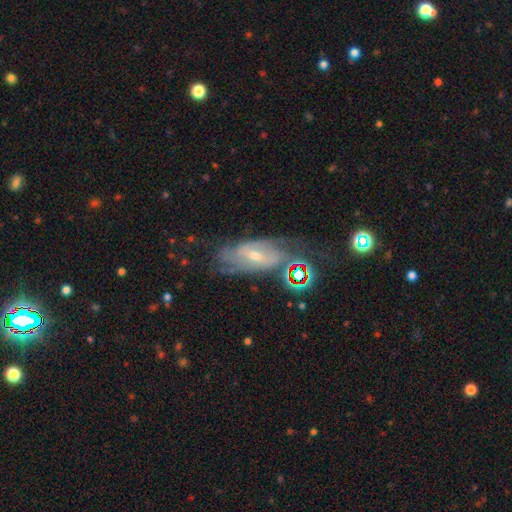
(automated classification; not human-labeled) A featured or disk galaxy (73%) with a weak bar (48%), tight (42%) spiral arms (86%) and a small central bulge (52%). Merging: none (55%).